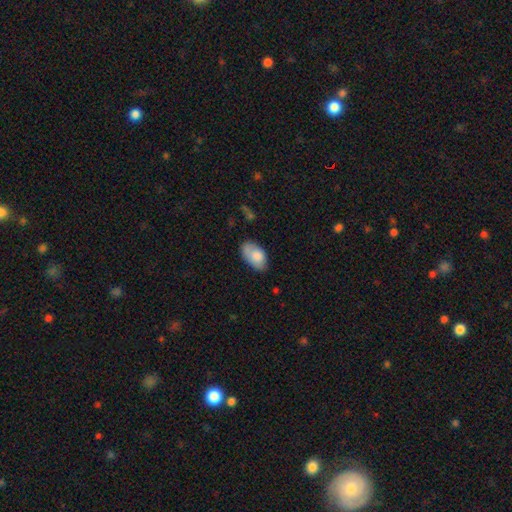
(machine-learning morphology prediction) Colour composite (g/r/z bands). It shows a smooth galaxy with no disk features (80%) that is in between round and cigar-shaped (94%). Merging: none (63%).